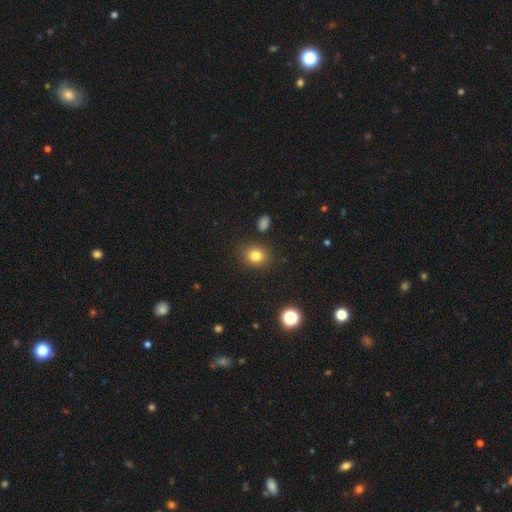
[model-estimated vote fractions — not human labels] This appears to be a smooth galaxy with no disk features (81%) that is round (64%). Merging: none (85%).